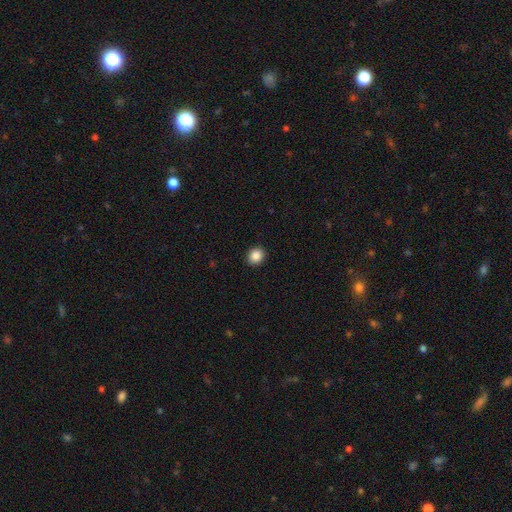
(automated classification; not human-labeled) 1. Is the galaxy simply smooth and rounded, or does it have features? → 87% smooth, 9% star or artifact, 3% featured or disk.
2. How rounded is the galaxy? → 80% round, 19% in between, 1% cigar-shaped.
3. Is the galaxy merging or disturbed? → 92% none, 5% minor disturbance, 2% major disturbance, 1% merger.